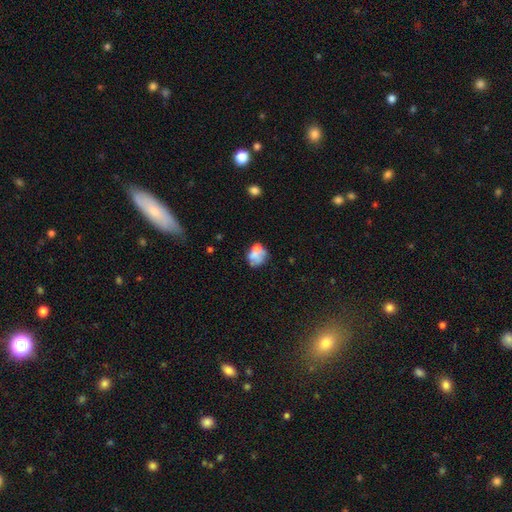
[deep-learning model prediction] Morphology: type=smooth (57%); roundness=round (53%); merging=none (38%).